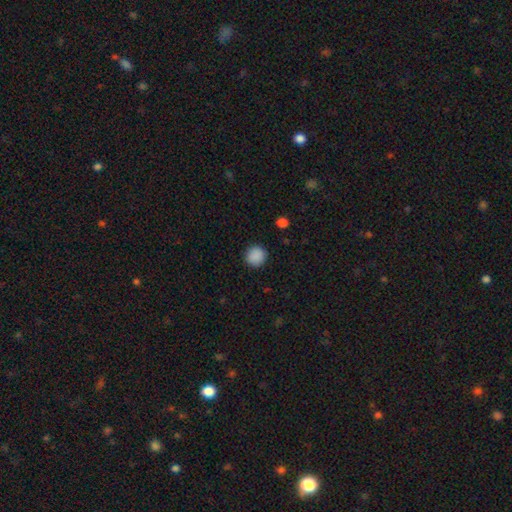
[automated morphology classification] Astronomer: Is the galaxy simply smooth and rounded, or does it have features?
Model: smooth — 89%.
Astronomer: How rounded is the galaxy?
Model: round — 93%.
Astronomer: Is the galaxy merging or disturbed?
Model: none — 91%.